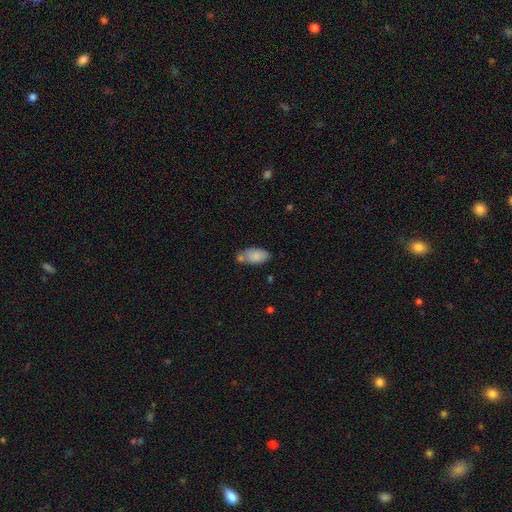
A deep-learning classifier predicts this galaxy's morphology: Smooth or featured?
  - smooth: 83% *
  - featured or disk: 10%
  - star or artifact: 7%
How rounded?
  - in between: 93% *
  - cigar-shaped: 4%
  - round: 3%
Merging?
  - none: 53% *
  - merger: 23%
  - minor disturbance: 19%
  - major disturbance: 5%